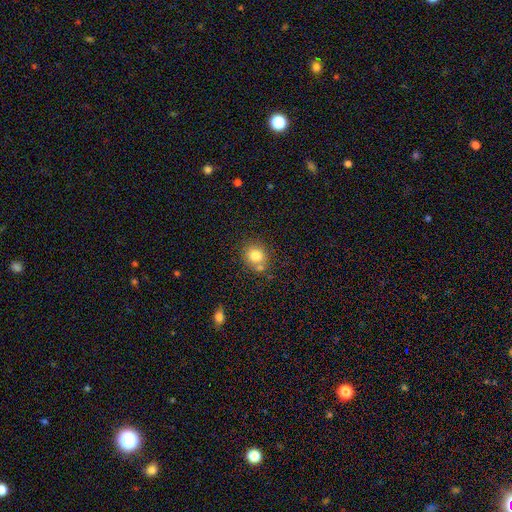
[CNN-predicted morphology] Smooth or featured?
  - smooth: 80% *
  - star or artifact: 11%
  - featured or disk: 10%
How rounded?
  - round: 76% *
  - in between: 23%
  - cigar-shaped: 1%
Merging?
  - none: 64% *
  - merger: 18%
  - minor disturbance: 14%
  - major disturbance: 4%